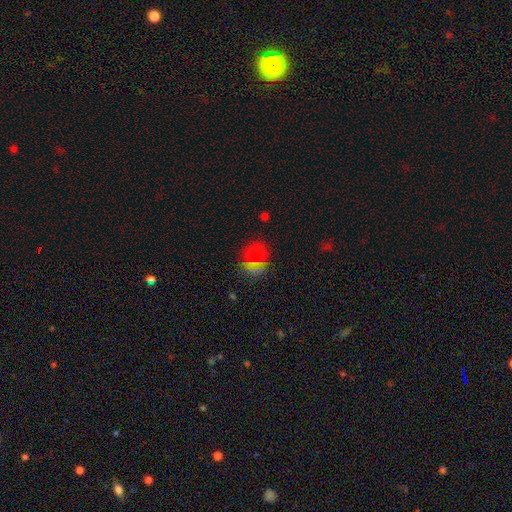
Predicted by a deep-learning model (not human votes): The model was most divided on "smooth or featured": smooth: 68%, star or artifact: 24%, featured or disk: 7%. More confident: how rounded — round (84%); merging — none (82%).